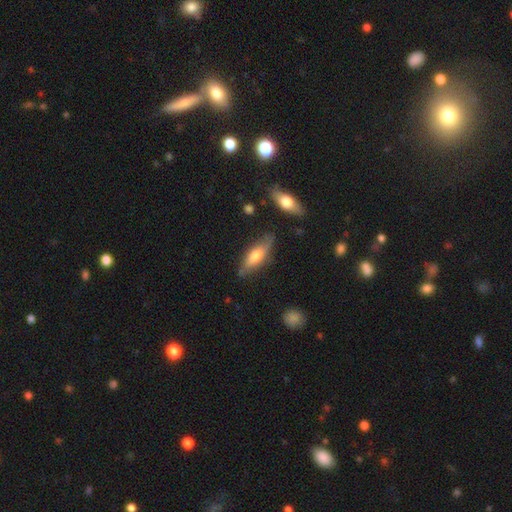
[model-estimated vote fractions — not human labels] smooth_or_featured: smooth (p=0.53) [alt: featured or disk p=0.41]
how_rounded: cigar-shaped (p=0.49) [alt: in between p=0.48]
merging: none (p=0.72) [alt: minor disturbance p=0.20]